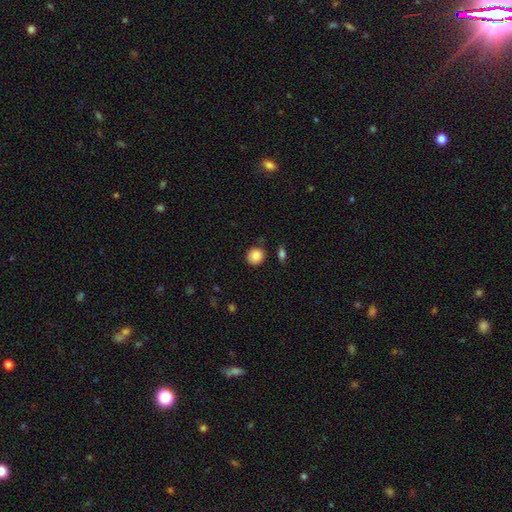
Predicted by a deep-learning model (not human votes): This appears to be a smooth galaxy with no disk features (87%) that is round (87%). Merging: none (84%).